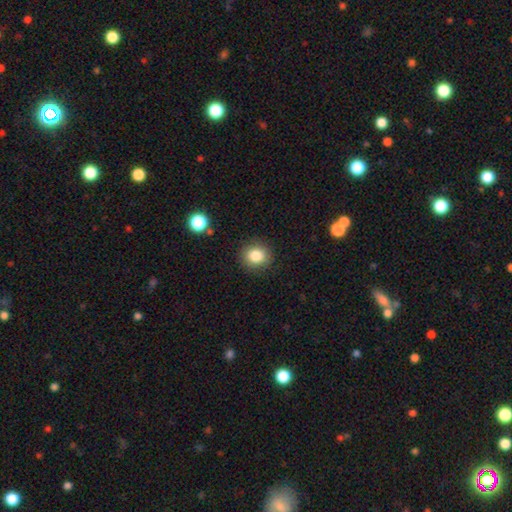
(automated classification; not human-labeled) The model was most divided on "how rounded": round: 82%, in between: 17%, cigar-shaped: 1%. More confident: merging — none (89%); smooth or featured — smooth (83%).